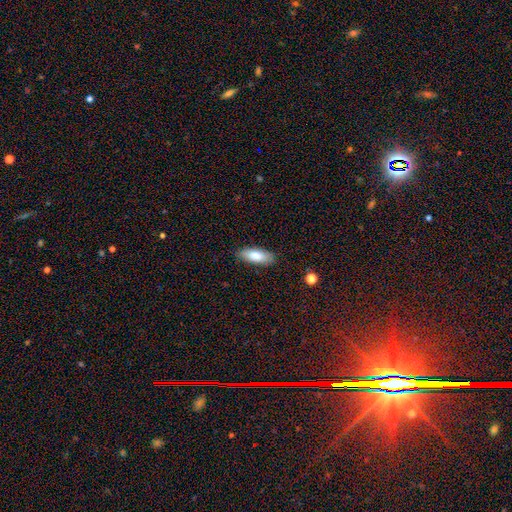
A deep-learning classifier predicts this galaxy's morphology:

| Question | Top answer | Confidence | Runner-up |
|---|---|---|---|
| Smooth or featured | smooth | 84% | featured or disk (10%) |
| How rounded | in between | 72% | cigar-shaped (26%) |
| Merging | none | 86% | minor disturbance (11%) |